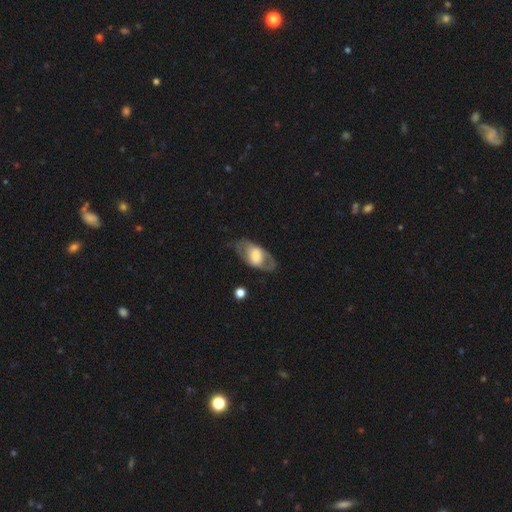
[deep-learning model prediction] Morphology: type=featured or disk (52%); edge-on=no (82%); merging=none (68%).